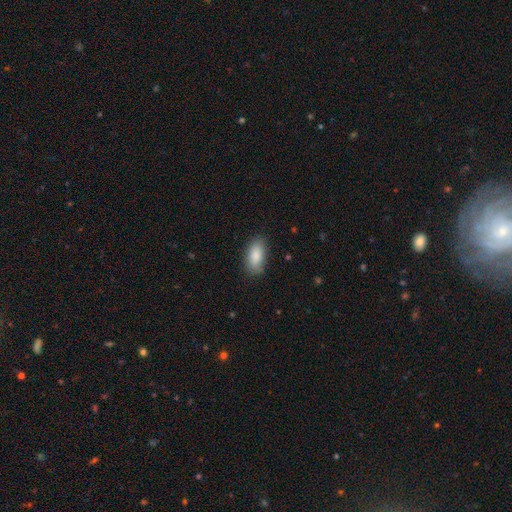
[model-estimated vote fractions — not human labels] Overall: smooth (88%). How rounded: in between (90%). Merging: none (83%).